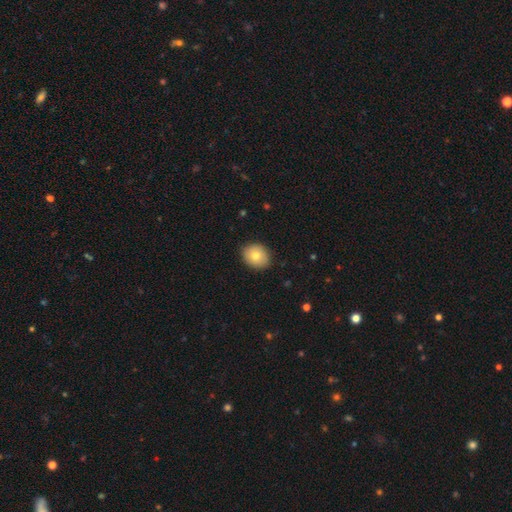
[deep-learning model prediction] Smooth or featured? Predicted: smooth (p=0.78). How rounded? Predicted: round (p=0.56). Merging? Predicted: none (p=0.87).